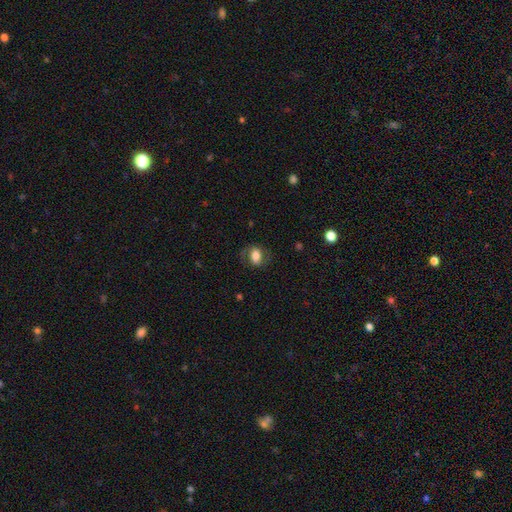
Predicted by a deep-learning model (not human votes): This is possibly a smooth galaxy (59%). How rounded: likely in between (76%). Merging: likely none (70%).